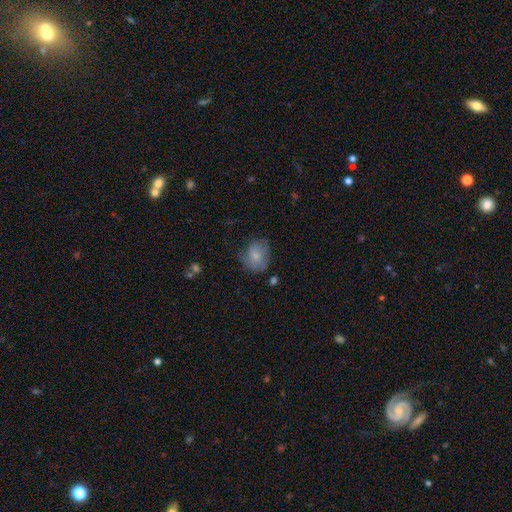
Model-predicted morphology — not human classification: smooth-or-featured: smooth: 76% | featured or disk: 16% | star or artifact: 8%
  how-rounded: round: 55% | in between: 44% | cigar-shaped: 1%
  merging: none: 55% | minor disturbance: 30% | major disturbance: 13% | merger: 2%